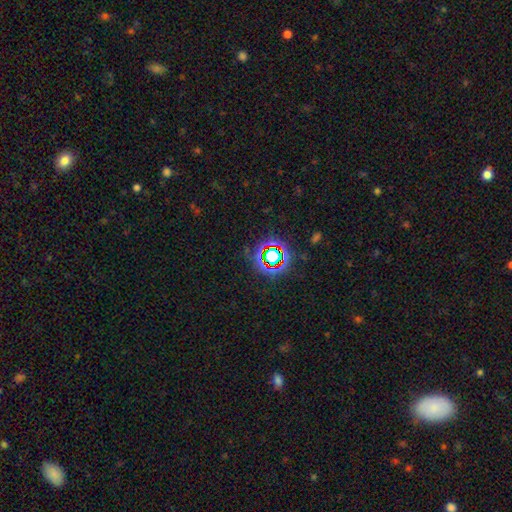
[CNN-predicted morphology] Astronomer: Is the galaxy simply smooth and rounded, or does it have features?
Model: star or artifact — 75%.